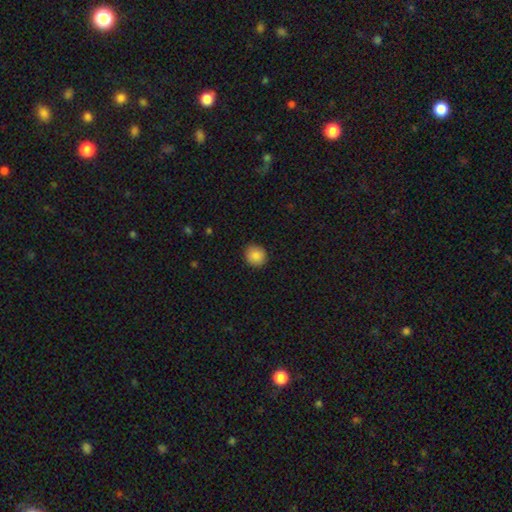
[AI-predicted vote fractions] Morphology: type=smooth (87%); roundness=round (88%); merging=none (90%).